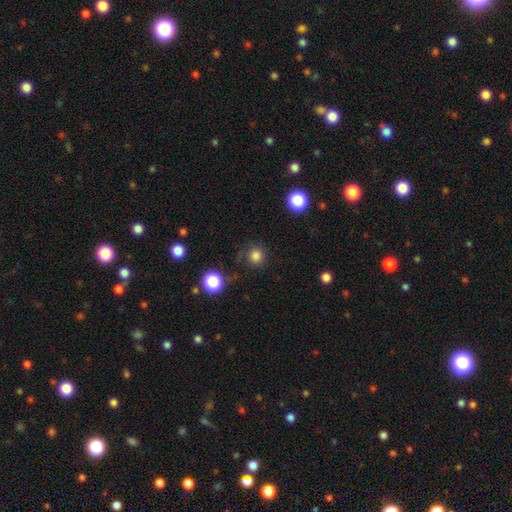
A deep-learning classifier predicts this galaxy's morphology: smooth-or-featured: smooth: 82% | star or artifact: 14% | featured or disk: 4%
  how-rounded: round: 93% | in between: 6% | cigar-shaped: 1%
  merging: none: 81% | minor disturbance: 11% | major disturbance: 5% | merger: 2%